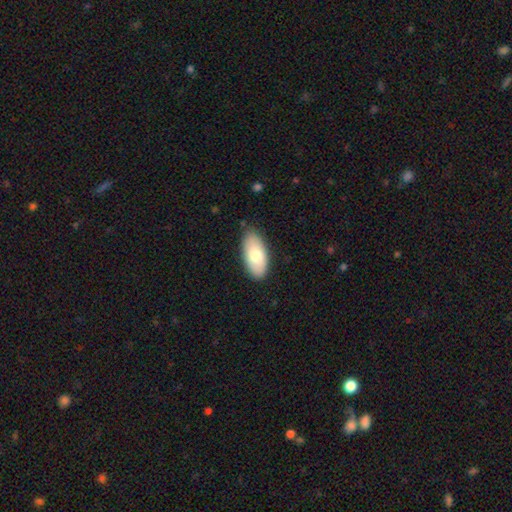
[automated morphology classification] Smooth or featured: smooth — 77% (featured or disk — 17%)
How rounded: in between — 92% (cigar-shaped — 6%)
Merging: none — 84% (minor disturbance — 12%)